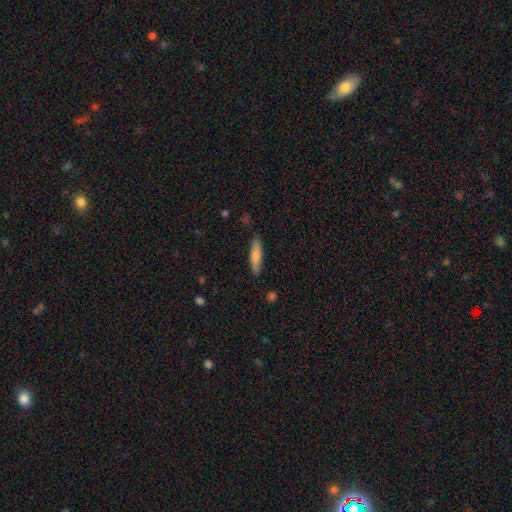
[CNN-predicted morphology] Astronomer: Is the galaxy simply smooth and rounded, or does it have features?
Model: smooth — 81%.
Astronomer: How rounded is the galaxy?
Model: cigar-shaped — 72%.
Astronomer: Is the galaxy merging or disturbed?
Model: none — 82%.